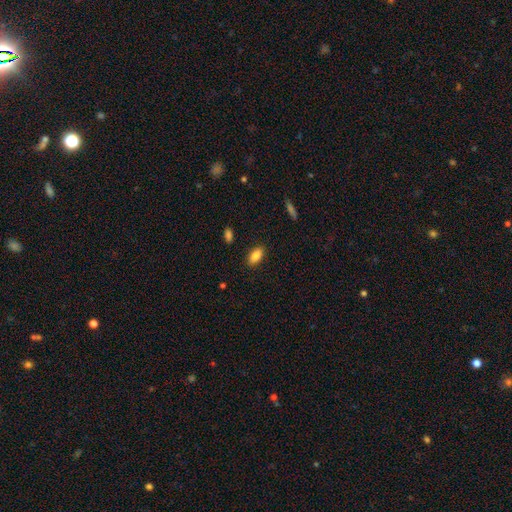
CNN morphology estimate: This appears to be a smooth galaxy with no disk features (86%) that is in between round and cigar-shaped (89%). Merging: none (87%).